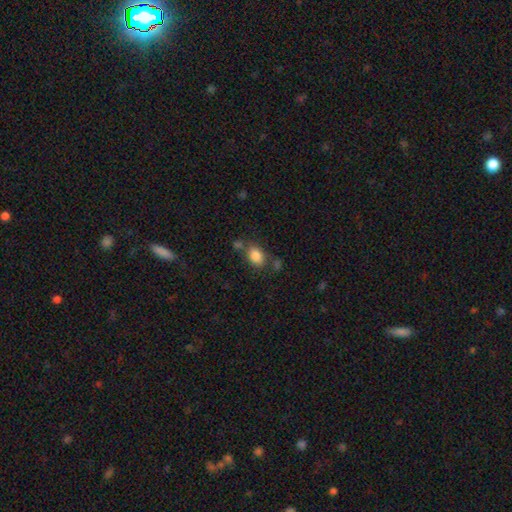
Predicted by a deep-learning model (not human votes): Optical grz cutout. It shows a smooth galaxy with no disk features (84%) that is in between round and cigar-shaped (71%). Merging: none (65%).